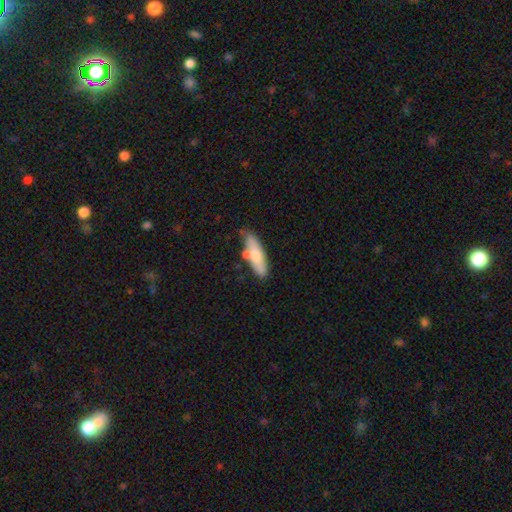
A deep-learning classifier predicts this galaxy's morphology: smooth_or_featured: smooth (p=0.70) [alt: featured or disk p=0.24]
how_rounded: cigar-shaped (p=0.53) [alt: in between p=0.45]
merging: none (p=0.56) [alt: minor disturbance p=0.25]